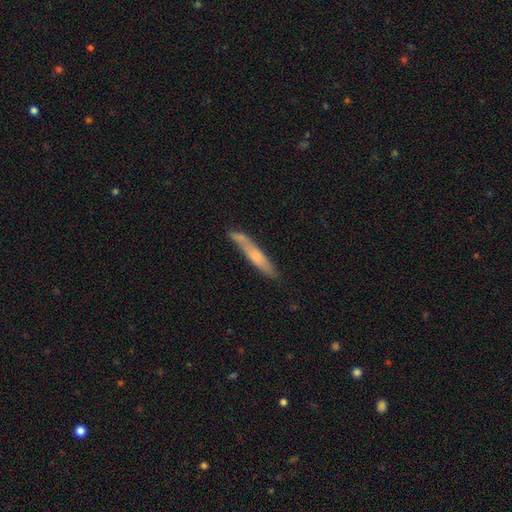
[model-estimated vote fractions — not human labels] This appears to be a smooth galaxy with no disk features (63%) that is cigar-shaped (91%). Merging: none (65%).